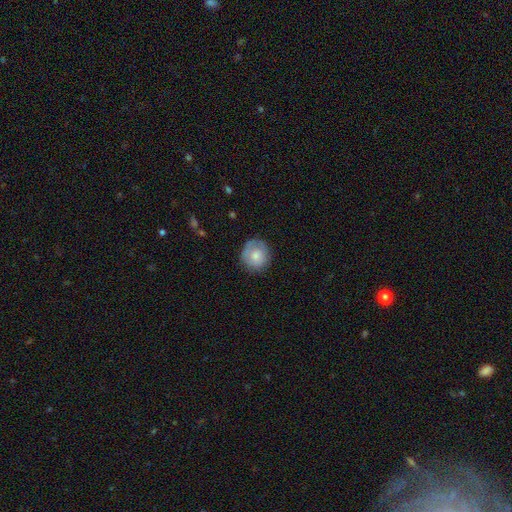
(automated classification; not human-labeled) Smooth or featured?
  - smooth: 71% *
  - featured or disk: 22%
  - star or artifact: 7%
How rounded?
  - round: 88% *
  - in between: 11%
  - cigar-shaped: 1%
Merging?
  - none: 74% *
  - minor disturbance: 19%
  - major disturbance: 6%
  - merger: 1%